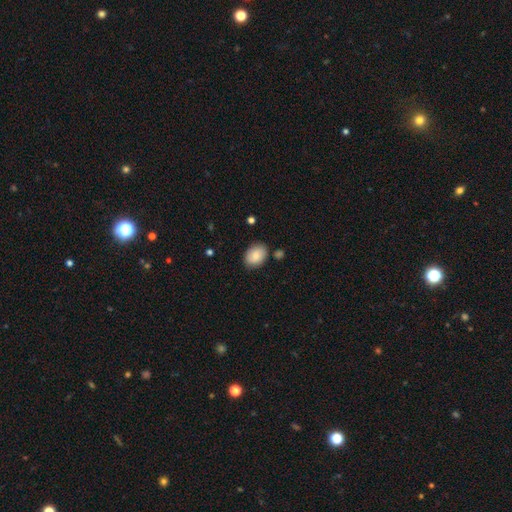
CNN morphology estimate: smooth 85%, featured or disk 8%, star or artifact 7%. Down the decision tree: how rounded — in between (79%); merging — none (82%).